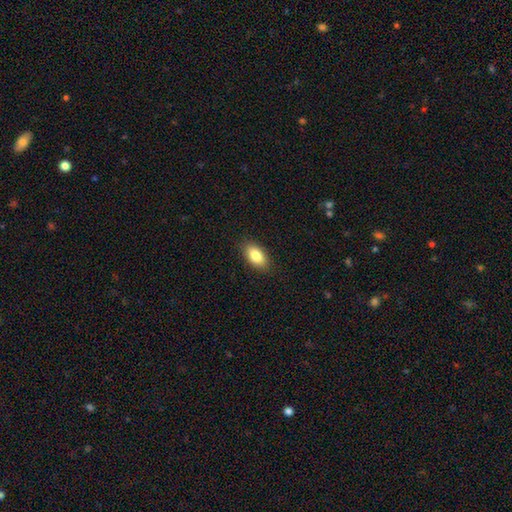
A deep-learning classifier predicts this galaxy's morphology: smooth 85%, featured or disk 8%, star or artifact 7%. Down the decision tree: how rounded — in between (92%); merging — none (88%).